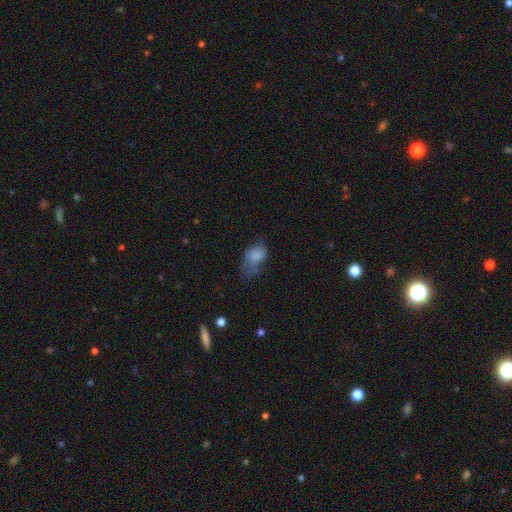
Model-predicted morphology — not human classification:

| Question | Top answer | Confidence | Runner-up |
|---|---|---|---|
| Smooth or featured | smooth | 75% | featured or disk (15%) |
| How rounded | in between | 81% | round (18%) |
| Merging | major disturbance | 40% | minor disturbance (32%) |